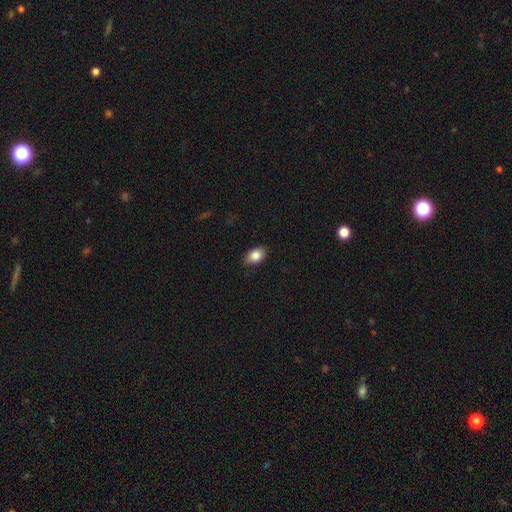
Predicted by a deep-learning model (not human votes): Smooth or featured?
  - smooth: 84% *
  - featured or disk: 8%
  - star or artifact: 8%
How rounded?
  - in between: 85% *
  - round: 14%
  - cigar-shaped: 2%
Merging?
  - none: 85% *
  - minor disturbance: 12%
  - major disturbance: 2%
  - merger: 1%